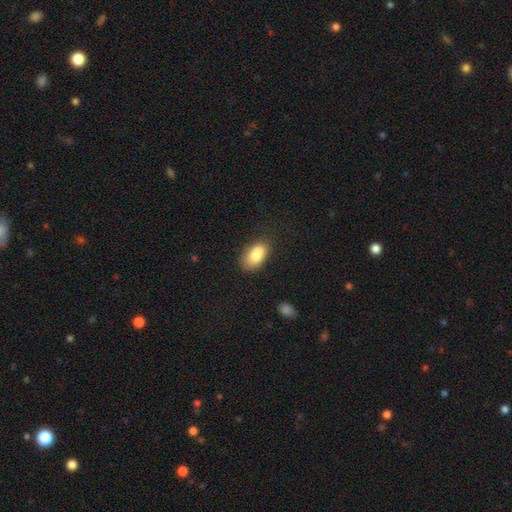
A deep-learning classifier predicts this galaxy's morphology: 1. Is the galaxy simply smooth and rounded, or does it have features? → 74% smooth, 17% featured or disk, 8% star or artifact.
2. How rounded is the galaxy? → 88% in between, 10% round, 3% cigar-shaped.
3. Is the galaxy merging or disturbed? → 44% none, 31% merger, 18% minor disturbance, 6% major disturbance.